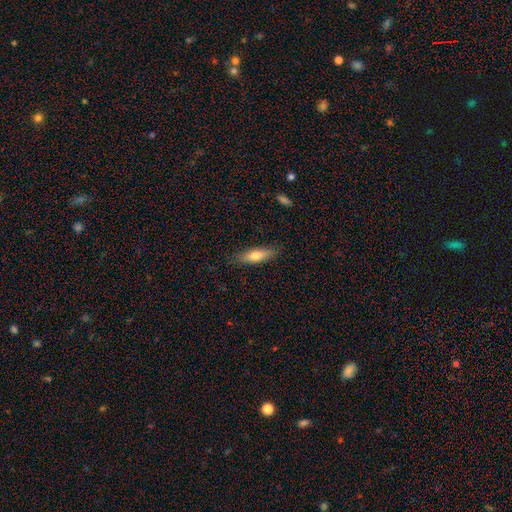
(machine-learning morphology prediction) A smooth galaxy with no disk features (70%) that is cigar-shaped (60%). Merging: none (85%).